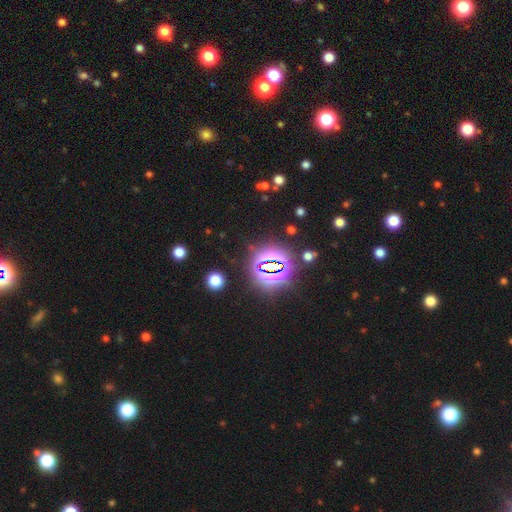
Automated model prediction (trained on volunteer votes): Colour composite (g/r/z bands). It shows a star or artifact, not a galaxy (83%).